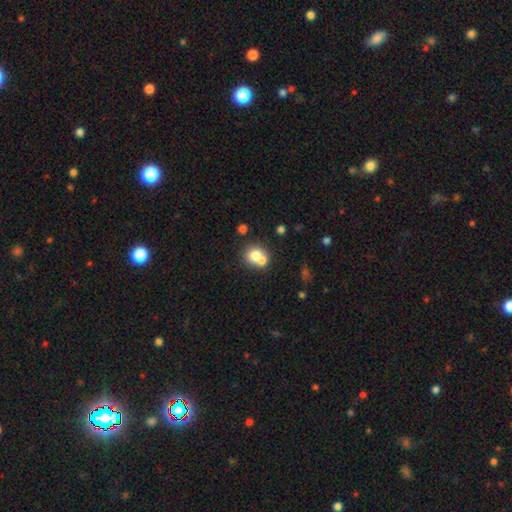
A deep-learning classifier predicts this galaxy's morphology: type=smooth (73%); roundness=round (75%); merging=merger (50%).